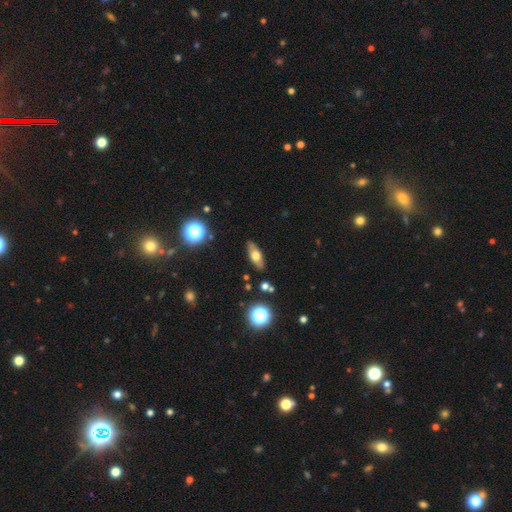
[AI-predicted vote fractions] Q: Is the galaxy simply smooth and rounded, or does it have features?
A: smooth — 55%.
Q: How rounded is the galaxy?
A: in between — 66%.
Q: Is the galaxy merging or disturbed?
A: none — 86%.